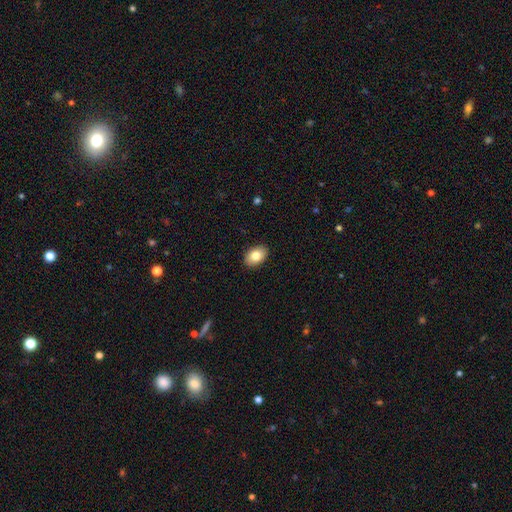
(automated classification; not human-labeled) Morphology: type=smooth (81%); roundness=in between (84%); merging=none (90%).